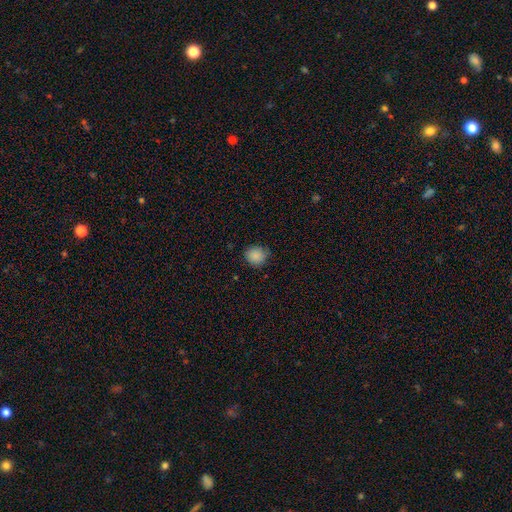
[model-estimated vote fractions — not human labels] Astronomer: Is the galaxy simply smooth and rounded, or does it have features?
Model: smooth — 87%.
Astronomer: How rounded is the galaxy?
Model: round — 84%.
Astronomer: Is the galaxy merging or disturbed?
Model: none — 79%.